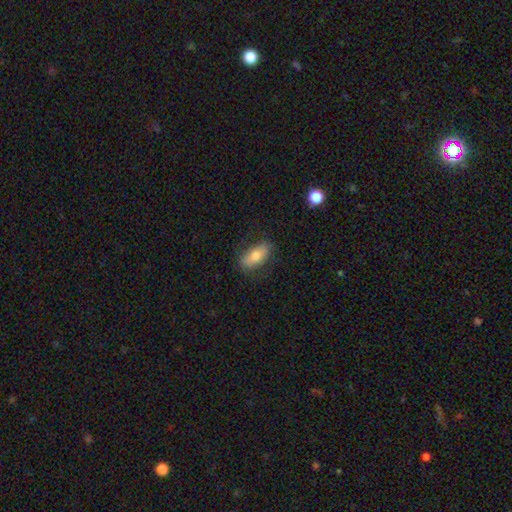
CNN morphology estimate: Q: Smooth or featured?
A: smooth (71%); runner-up: featured or disk (22%)
Q: How rounded?
A: in between (85%); runner-up: cigar-shaped (11%)
Q: Merging?
A: none (79%); runner-up: minor disturbance (15%)